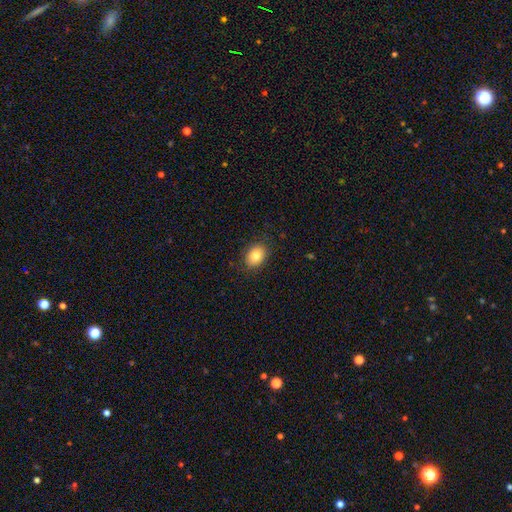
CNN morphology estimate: The model was most divided on "how rounded": in between: 63%, round: 36%, cigar-shaped: 1%. More confident: merging — none (87%); smooth or featured — smooth (82%).